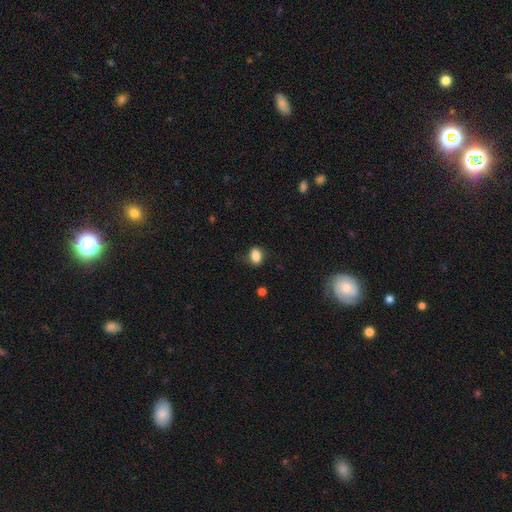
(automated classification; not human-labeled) smooth_or_featured: smooth (p=0.86) [alt: star or artifact p=0.09]
how_rounded: in between (p=0.78) [alt: round p=0.20]
merging: none (p=0.77) [alt: minor disturbance p=0.17]